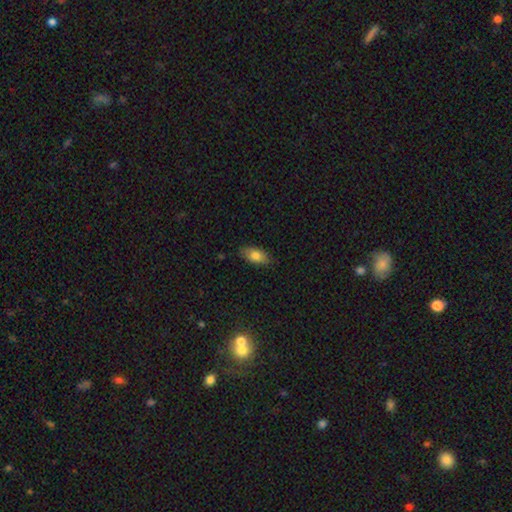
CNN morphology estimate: Overall: smooth (77%). How rounded: in between (87%). Merging: none (83%).